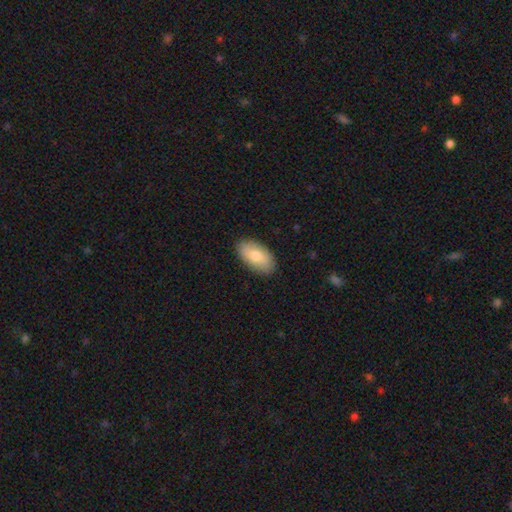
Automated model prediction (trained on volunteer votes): Morphology: type=smooth (75%); roundness=in between (94%); merging=none (87%).